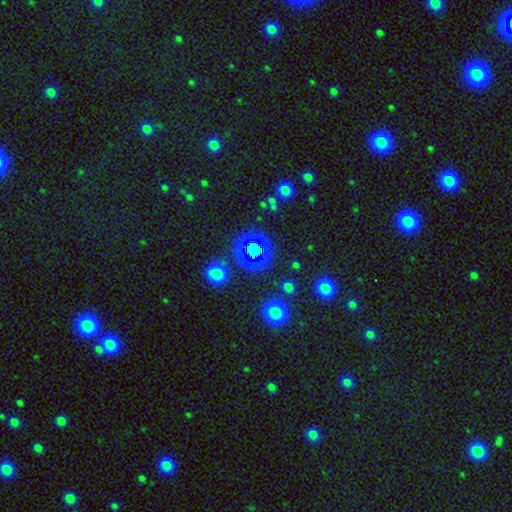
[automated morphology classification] smooth_or_featured: star or artifact (p=0.61) [alt: smooth p=0.28]